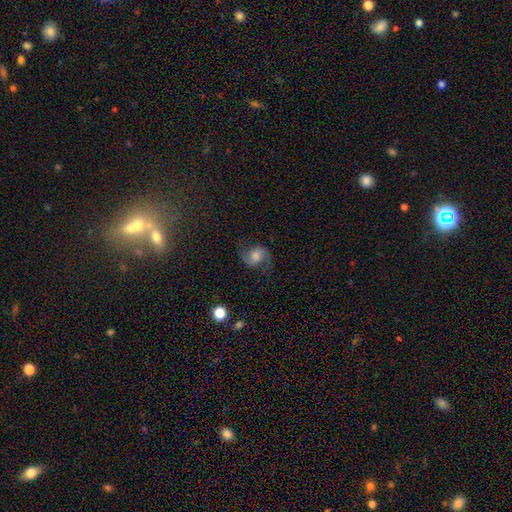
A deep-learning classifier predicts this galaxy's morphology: Overall: featured or disk (69%). Edge-on disk: no (97%). Bar: no (57%; weak 35%). Spiral arms: yes (94%). Spiral arm count: 2 (92%). Spiral winding: loose (48%; medium 42%). Bulge size: moderate (54%; small 23%). Merging: none (75%).